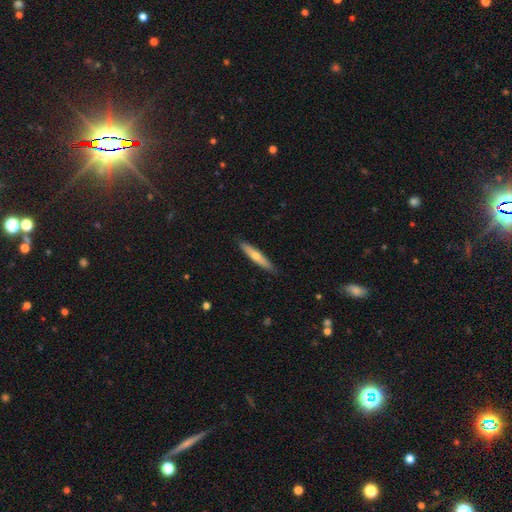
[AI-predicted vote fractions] Q: Smooth or featured?
A: smooth (53%); runner-up: featured or disk (41%)
Q: How rounded?
A: cigar-shaped (89%); runner-up: in between (10%)
Q: Merging?
A: none (89%); runner-up: minor disturbance (9%)